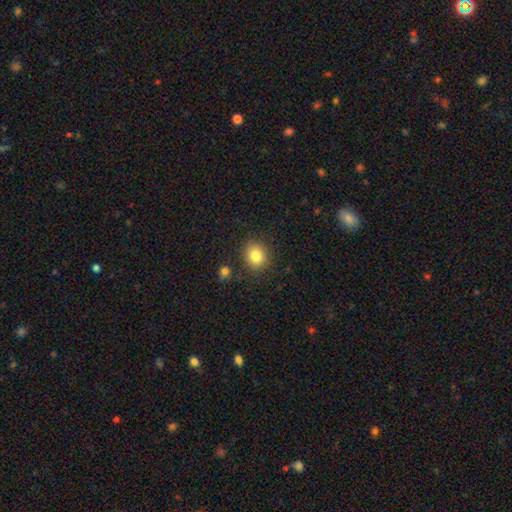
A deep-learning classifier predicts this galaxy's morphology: Smooth or featured? Predicted: smooth (p=0.82). How rounded? Predicted: round (p=0.74). Merging? Predicted: none (p=0.87).